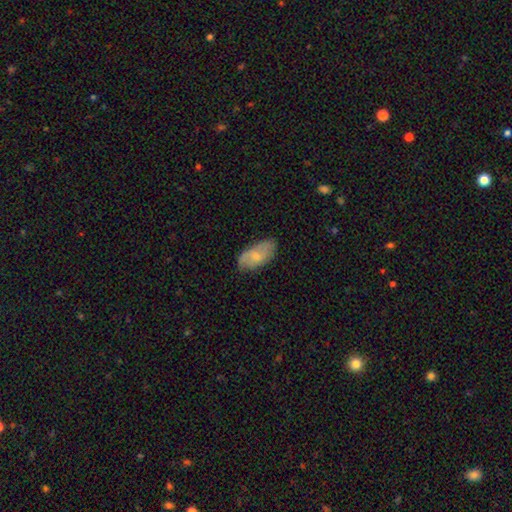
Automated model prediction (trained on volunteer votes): A smooth galaxy with no disk features (60%) that is in between round and cigar-shaped (92%). Merging: none (73%).